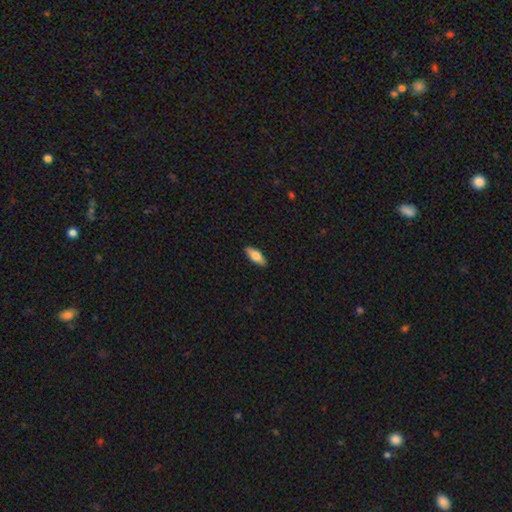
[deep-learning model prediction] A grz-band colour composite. It shows a smooth galaxy with no disk features (75%) that is in between round and cigar-shaped (69%). Merging: none (89%).